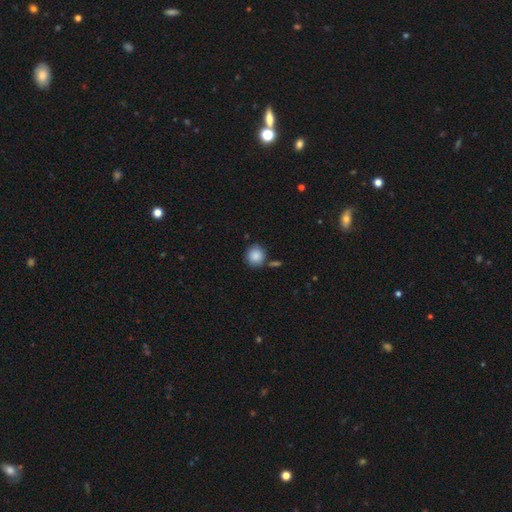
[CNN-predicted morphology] Smooth or featured? smooth (88%)
How rounded? round (88%)
Merging? none (79%)